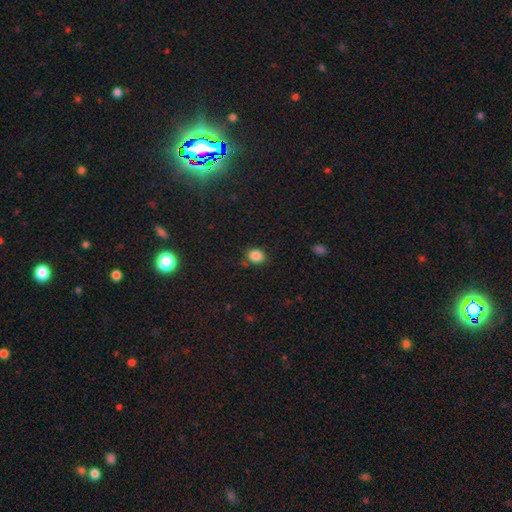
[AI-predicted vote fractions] smooth-or-featured: smooth: 85% | star or artifact: 11% | featured or disk: 4%
  how-rounded: round: 64% | in between: 35% | cigar-shaped: 1%
  merging: none: 81% | minor disturbance: 12% | merger: 3% | major disturbance: 3%